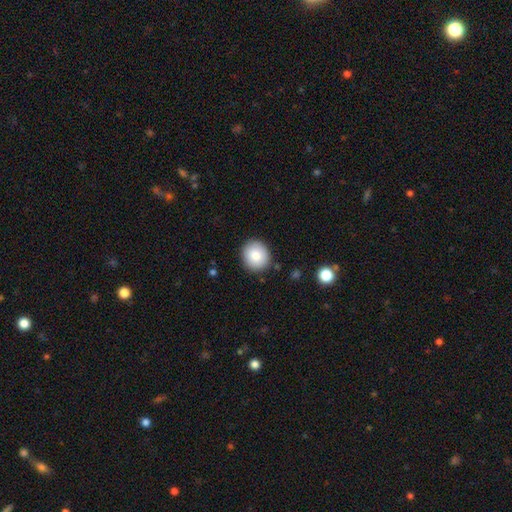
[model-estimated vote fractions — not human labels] A smooth galaxy with no disk features (83%) that is round (83%).

Vote fractions:
- Smooth or featured? smooth: 83% / featured or disk: 9% / star or artifact: 8%
- How rounded? round: 83% / in between: 16% / cigar-shaped: 1%
- Merging? none: 89% / minor disturbance: 8% / major disturbance: 2% / merger: 1%